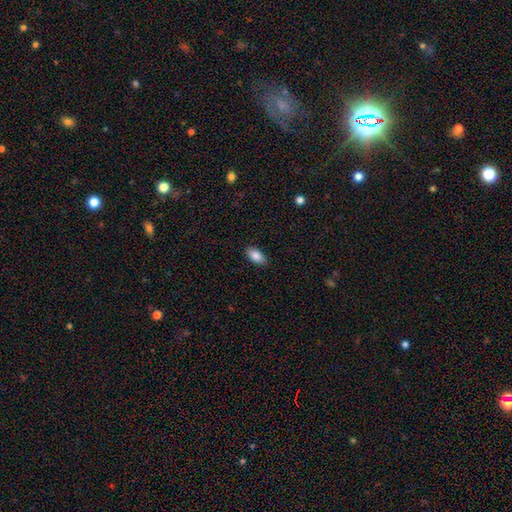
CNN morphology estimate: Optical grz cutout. It shows a smooth galaxy with no disk features (86%) that is in between round and cigar-shaped (93%). Merging: none (87%).